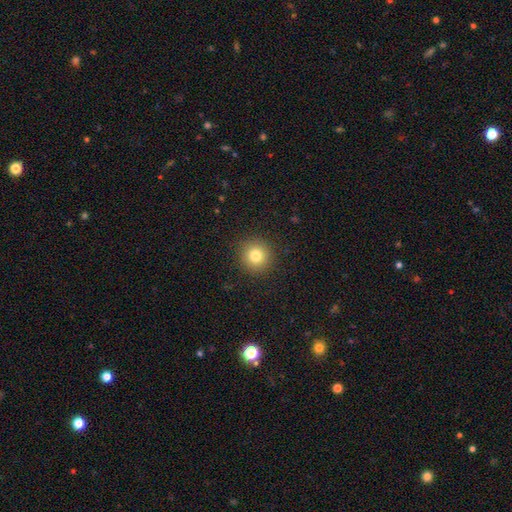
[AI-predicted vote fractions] Q: Smooth or featured?
A: smooth (80%); runner-up: star or artifact (12%)
Q: How rounded?
A: round (94%); runner-up: in between (5%)
Q: Merging?
A: none (91%); runner-up: minor disturbance (6%)